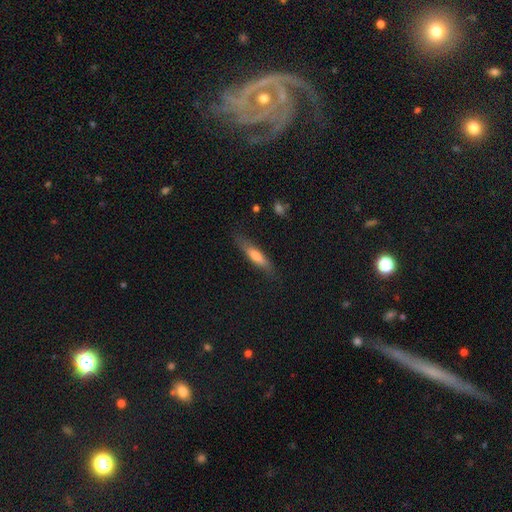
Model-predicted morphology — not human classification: This is likely a smooth galaxy (64%). How rounded: likely cigar-shaped (78%). Merging: likely none (78%).